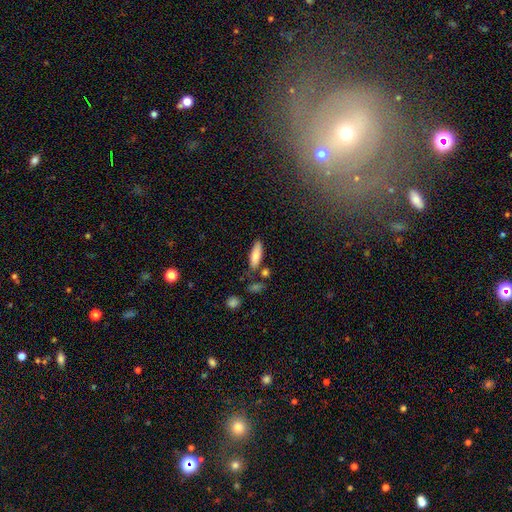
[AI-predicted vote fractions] smooth 84%, featured or disk 9%, star or artifact 7%. Down the decision tree: how rounded — in between (52%); merging — none (68%).